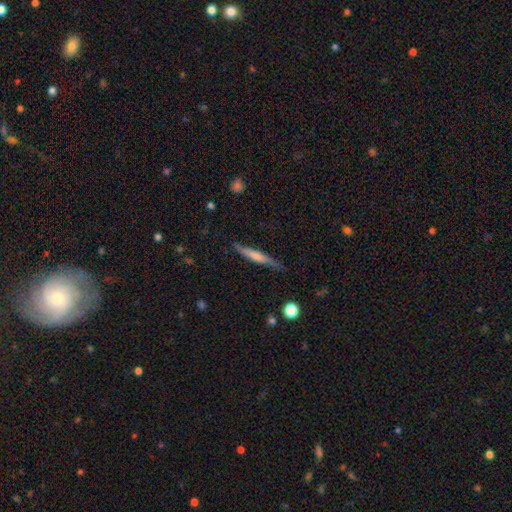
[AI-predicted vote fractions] Smooth or featured: smooth — 48% (featured or disk — 46%)
Merging: none — 79% (minor disturbance — 16%)